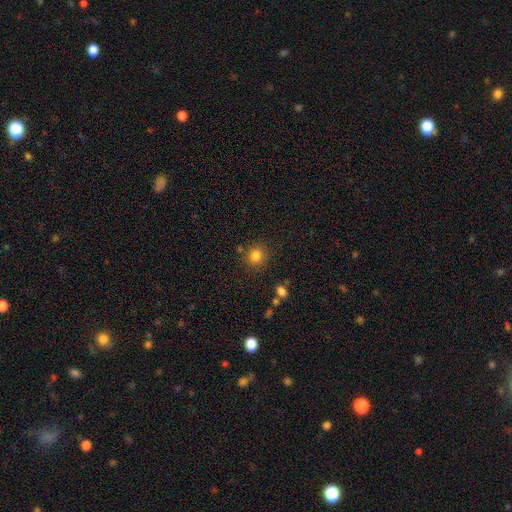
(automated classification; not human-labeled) Morphology: type=smooth (82%); roundness=round (86%); merging=none (82%).